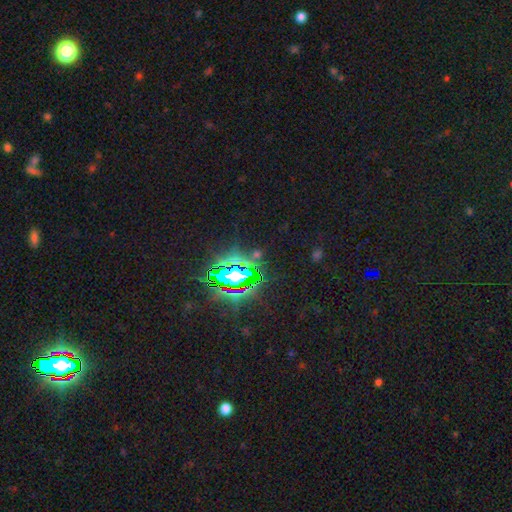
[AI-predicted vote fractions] The model was most divided on "smooth or featured": star or artifact: 75%, smooth: 15%, featured or disk: 10%.